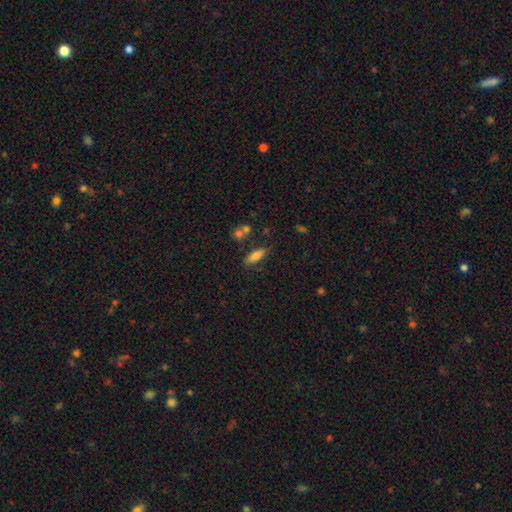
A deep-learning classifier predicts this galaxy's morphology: The model was most divided on "how rounded": in between: 61%, cigar-shaped: 36%, round: 2%. More confident: smooth or featured — smooth (77%); merging — none (72%).